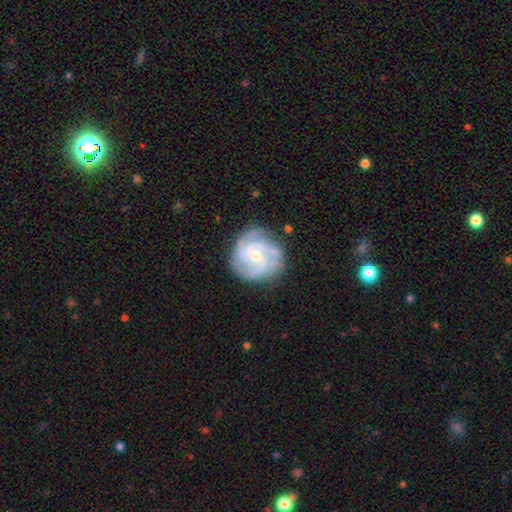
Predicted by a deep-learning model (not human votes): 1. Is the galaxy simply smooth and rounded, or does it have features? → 87% featured or disk, 8% smooth, 5% star or artifact.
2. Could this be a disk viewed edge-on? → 98% no, 2% yes.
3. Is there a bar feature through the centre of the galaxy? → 57% no, 35% weak, 7% strong.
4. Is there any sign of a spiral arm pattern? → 97% yes, 3% no.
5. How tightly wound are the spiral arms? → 59% tight, 36% medium, 6% loose.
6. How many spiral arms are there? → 49% 3, 18% 4, 12% can't tell, 12% 2, 5% more than 4, 5% 1.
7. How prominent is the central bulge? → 57% small, 40% moderate, 1% large, 1% none, 1% dominant.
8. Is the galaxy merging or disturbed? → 79% none, 15% minor disturbance, 4% major disturbance, 1% merger.